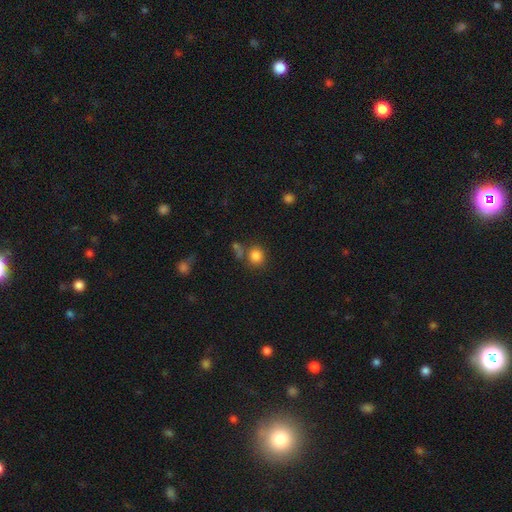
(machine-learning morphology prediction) Q: Smooth or featured?
A: smooth (83%); runner-up: star or artifact (11%)
Q: How rounded?
A: round (84%); runner-up: in between (15%)
Q: Merging?
A: none (69%); runner-up: merger (14%)